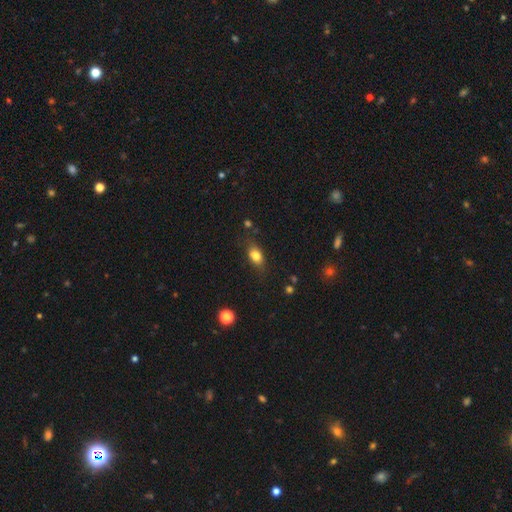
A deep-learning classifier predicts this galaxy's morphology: This appears to be a smooth galaxy with no disk features (79%) that is in between round and cigar-shaped (77%). Merging: none (75%).